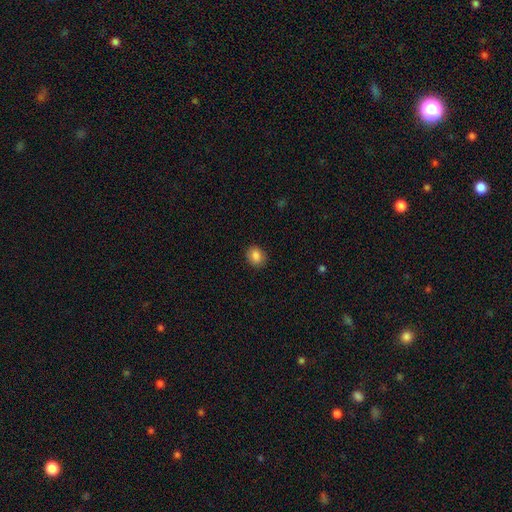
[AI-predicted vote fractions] This is clearly a smooth galaxy (87%). How rounded: possibly round (57%). Merging: clearly none (87%).